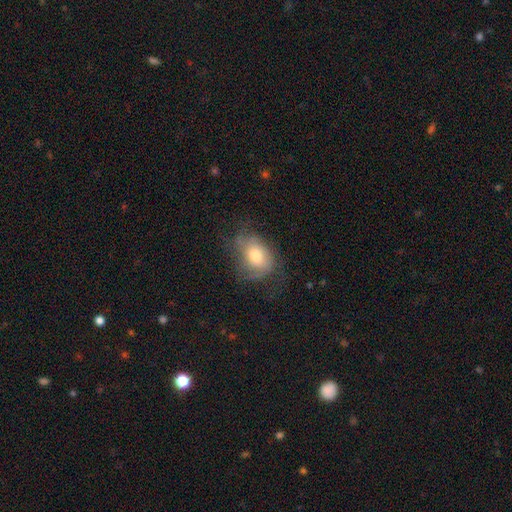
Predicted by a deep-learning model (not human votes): This is possibly a smooth galaxy (56%). How rounded: likely in between (66%). Merging: possibly none (50%).